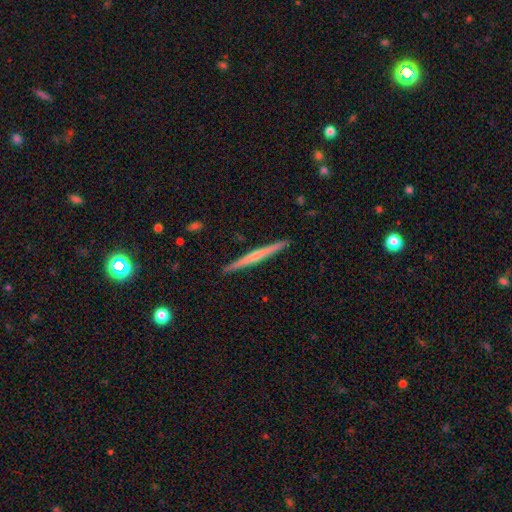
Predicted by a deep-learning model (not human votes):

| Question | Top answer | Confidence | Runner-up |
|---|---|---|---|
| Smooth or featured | featured or disk | 55% | smooth (39%) |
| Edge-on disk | yes | 98% | no (2%) |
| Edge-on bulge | none | 66% | rounded (27%) |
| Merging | none | 92% | minor disturbance (6%) |